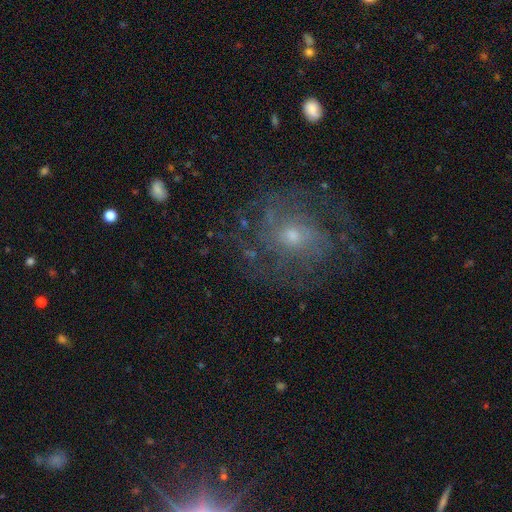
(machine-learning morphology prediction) This appears to be a featured or disk galaxy (66%) with no bar (61%), tight (53%) spiral arms (89%) and a small central bulge (55%). Merging: none (76%).